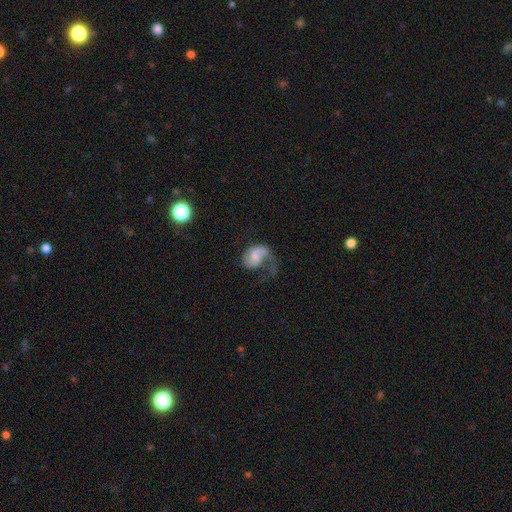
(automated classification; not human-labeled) This is likely a featured or disk galaxy (64%). It is clearly not viewed edge-on (98%). Bar: possibly no (55%). Spiral arm pattern: clearly yes (86%). Spiral arm count: possibly 1 (48%). Spiral winding: possibly loose (52%). Central bulge: marginally small (37%). Merging: possibly major disturbance (48%).